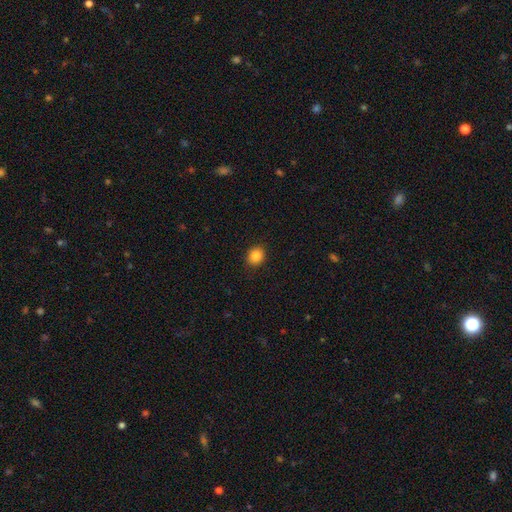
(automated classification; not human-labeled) smooth 86%, star or artifact 10%, featured or disk 4%. Down the decision tree: how rounded — round (74%); merging — none (91%).